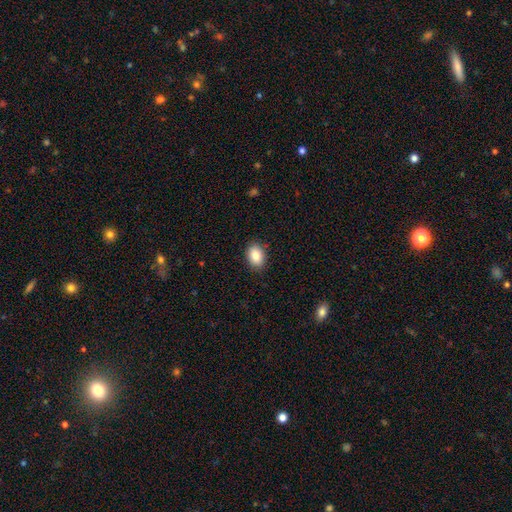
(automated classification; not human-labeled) Q: Smooth or featured?
A: smooth (87%); runner-up: star or artifact (8%)
Q: How rounded?
A: in between (80%); runner-up: round (19%)
Q: Merging?
A: none (88%); runner-up: minor disturbance (9%)